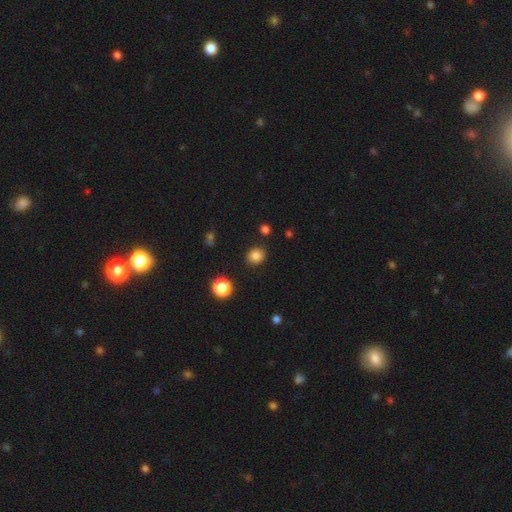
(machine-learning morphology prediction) This appears to be a smooth galaxy with no disk features (84%) that is round (73%). Merging: none (88%).